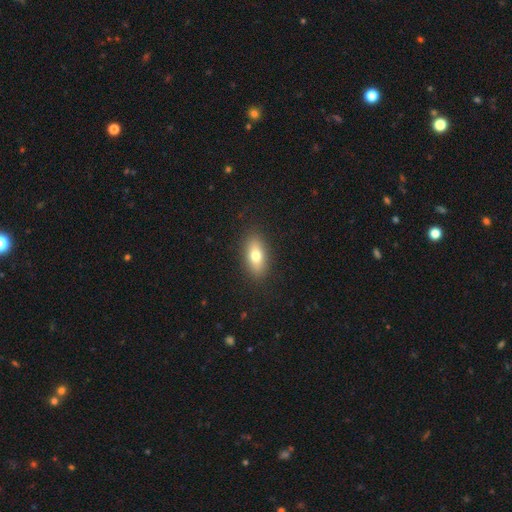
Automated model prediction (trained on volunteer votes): Smooth or featured: smooth — 75% (featured or disk — 17%)
How rounded: in between — 83% (cigar-shaped — 11%)
Merging: none — 89% (minor disturbance — 8%)